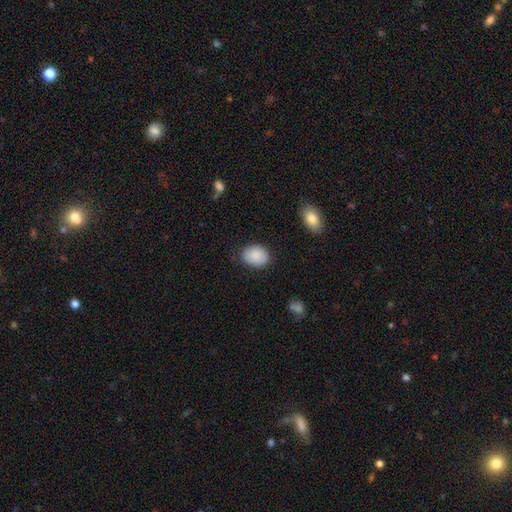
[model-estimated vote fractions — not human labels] The model was most divided on "how rounded": in between: 61%, round: 38%, cigar-shaped: 1%. More confident: smooth or featured — smooth (89%); merging — none (81%).